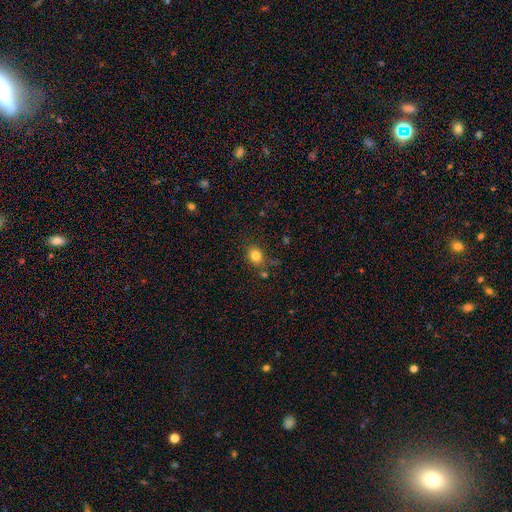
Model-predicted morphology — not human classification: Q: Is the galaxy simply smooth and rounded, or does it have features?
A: smooth — 81%.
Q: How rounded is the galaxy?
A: round — 62%.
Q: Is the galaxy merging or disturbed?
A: none — 75%.